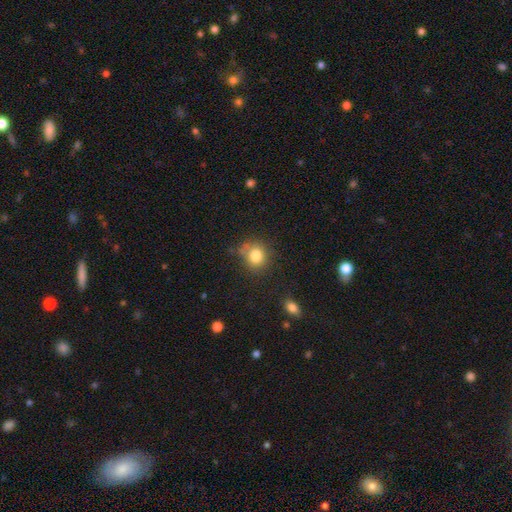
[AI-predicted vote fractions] smooth 82%, star or artifact 11%, featured or disk 7%. Down the decision tree: how rounded — round (79%); merging — none (69%).